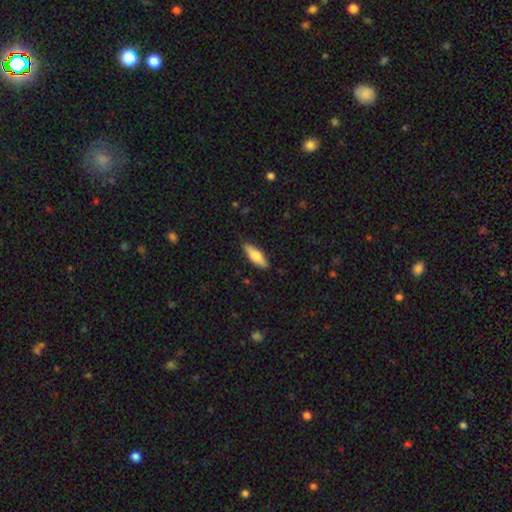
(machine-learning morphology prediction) This appears to be a smooth galaxy with no disk features (70%) that is in between round and cigar-shaped (51%). Merging: none (86%).